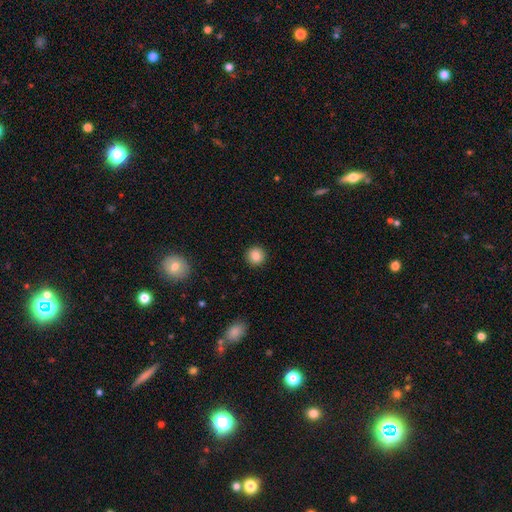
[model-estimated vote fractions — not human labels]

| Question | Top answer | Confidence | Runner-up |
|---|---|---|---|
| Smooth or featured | smooth | 86% | star or artifact (9%) |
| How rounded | round | 94% | in between (5%) |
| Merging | none | 93% | minor disturbance (4%) |